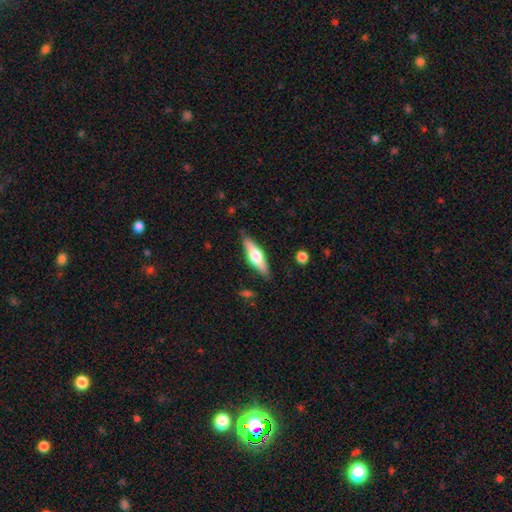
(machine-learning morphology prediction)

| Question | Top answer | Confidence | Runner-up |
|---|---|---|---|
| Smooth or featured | featured or disk | 51% | smooth (43%) |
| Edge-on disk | yes | 93% | no (7%) |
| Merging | none | 85% | minor disturbance (11%) |